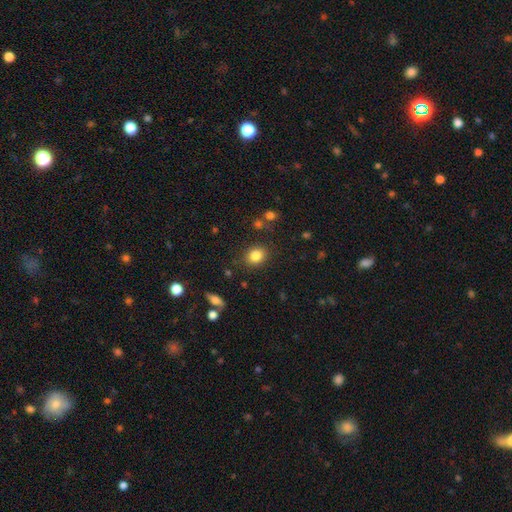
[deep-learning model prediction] smooth 83%, star or artifact 10%, featured or disk 7%. Down the decision tree: how rounded — round (52%); merging — none (83%).